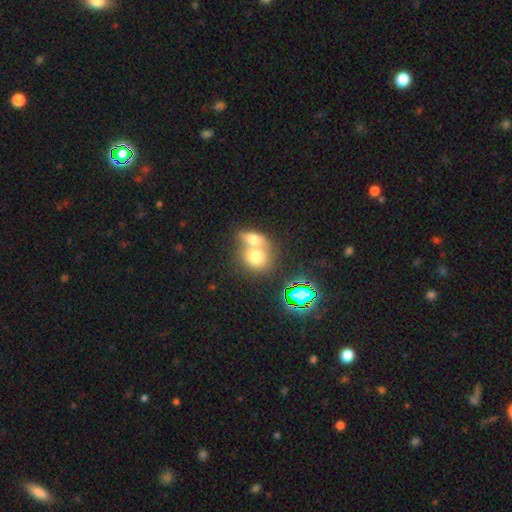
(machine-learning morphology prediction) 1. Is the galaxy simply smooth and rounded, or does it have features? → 70% smooth, 17% featured or disk, 13% star or artifact.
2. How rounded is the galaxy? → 63% round, 35% in between, 2% cigar-shaped.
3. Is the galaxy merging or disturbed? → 67% merger, 24% none, 6% minor disturbance, 3% major disturbance.